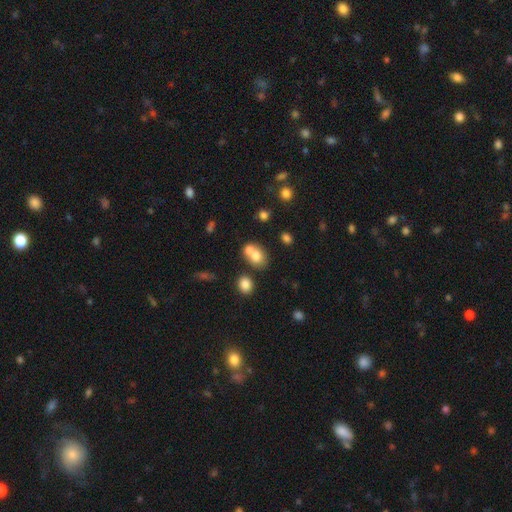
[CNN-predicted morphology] Smooth or featured: smooth — 71% (featured or disk — 17%)
How rounded: round — 53% (in between — 46%)
Merging: merger — 53% (none — 36%)